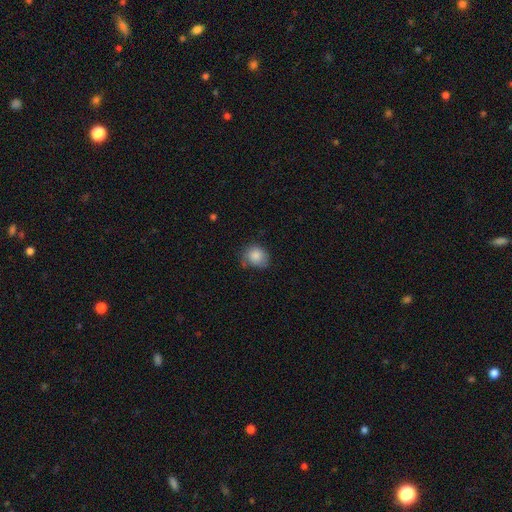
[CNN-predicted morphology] smooth 85%, star or artifact 8%, featured or disk 7%. Down the decision tree: how rounded — round (70%); merging — none (59%).